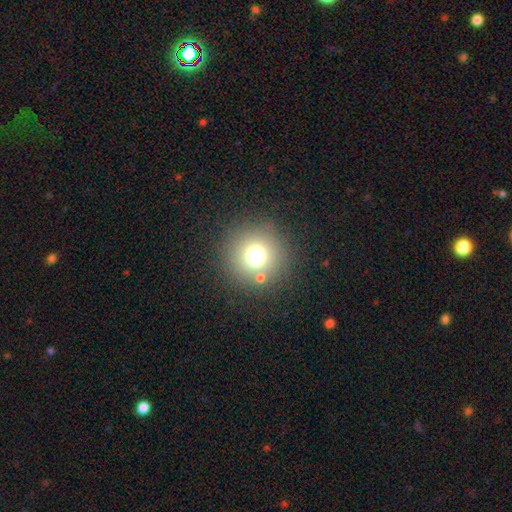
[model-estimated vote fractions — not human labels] A smooth galaxy with no disk features (70%) that is round (95%). Merging: none (83%).